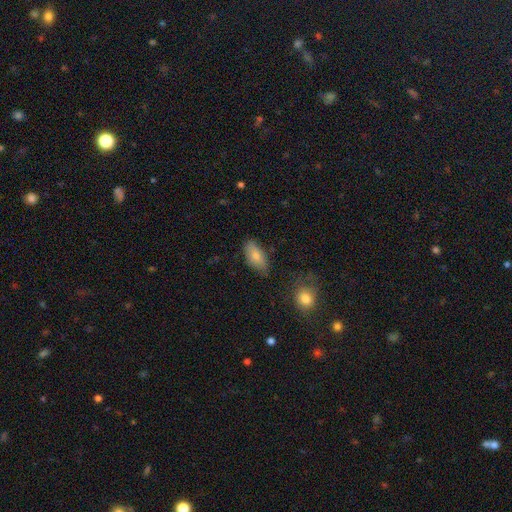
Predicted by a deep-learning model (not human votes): A smooth galaxy with no disk features (78%) that is in between round and cigar-shaped (90%). Merging: none (71%).